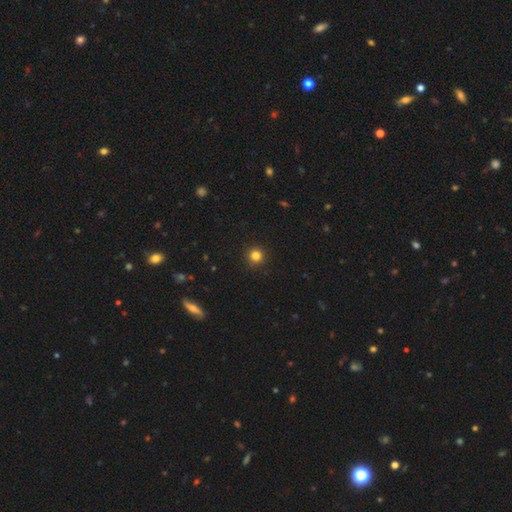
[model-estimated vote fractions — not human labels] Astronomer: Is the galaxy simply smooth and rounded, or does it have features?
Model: smooth — 83%.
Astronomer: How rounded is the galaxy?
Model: round — 95%.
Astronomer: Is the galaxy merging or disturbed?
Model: none — 92%.